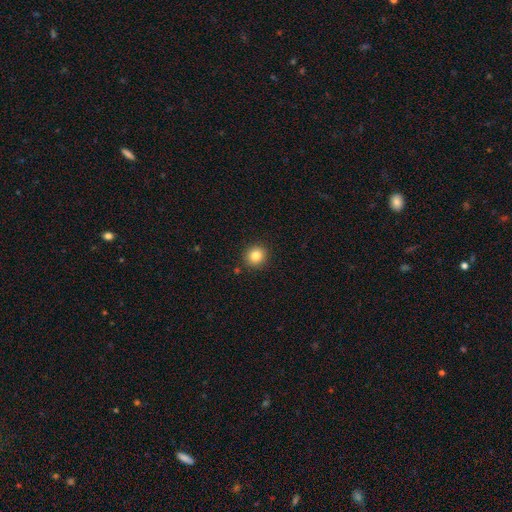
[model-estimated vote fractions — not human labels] A smooth galaxy with no disk features (83%) that is round (89%). Merging: none (90%).